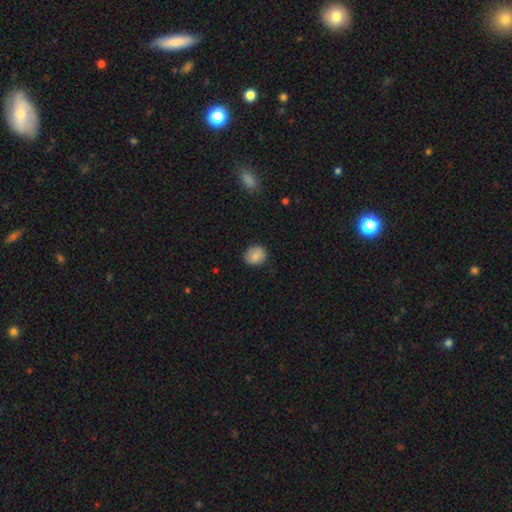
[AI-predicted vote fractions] This is clearly a smooth galaxy (84%). How rounded: likely round (67%). Merging: clearly none (83%).